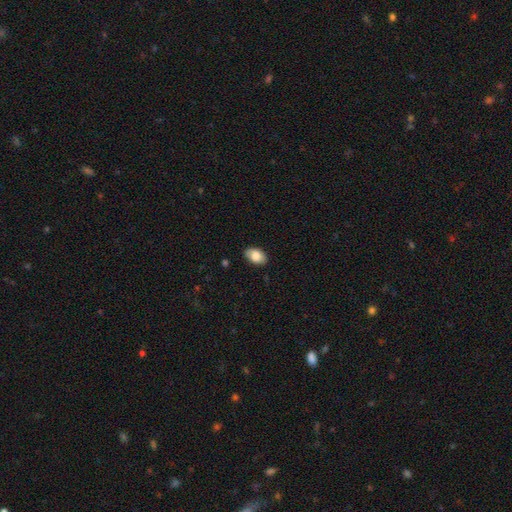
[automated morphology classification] type=smooth (84%); roundness=in between (92%); merging=none (85%).